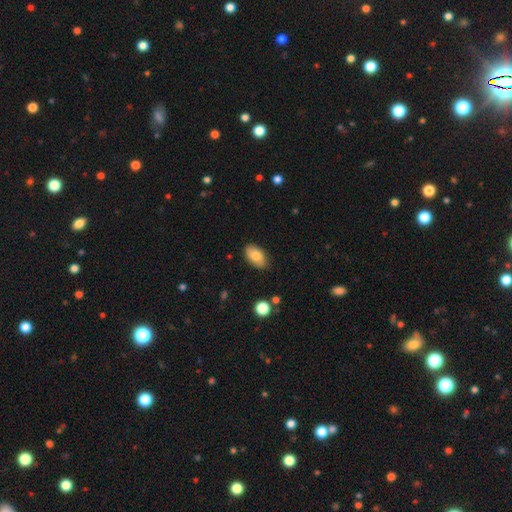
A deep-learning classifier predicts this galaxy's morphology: A smooth galaxy with no disk features (80%) that is in between round and cigar-shaped (94%).

Vote fractions:
- Smooth or featured? smooth: 80% / featured or disk: 12% / star or artifact: 7%
- How rounded? in between: 94% / round: 4% / cigar-shaped: 2%
- Merging? none: 84% / minor disturbance: 12% / major disturbance: 2% / merger: 1%